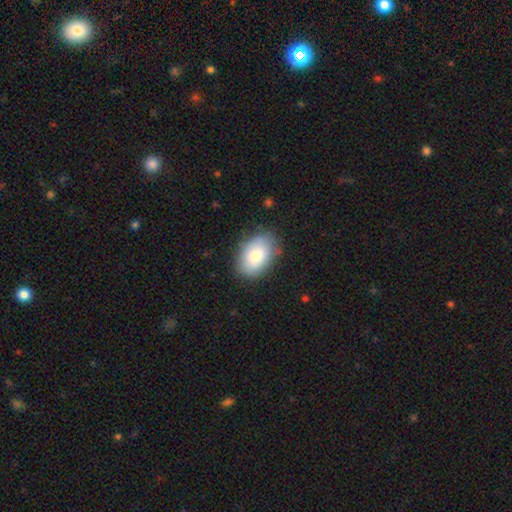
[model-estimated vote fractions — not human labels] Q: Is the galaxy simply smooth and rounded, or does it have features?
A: smooth — 80%.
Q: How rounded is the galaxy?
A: in between — 89%.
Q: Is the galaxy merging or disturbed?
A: none — 80%.